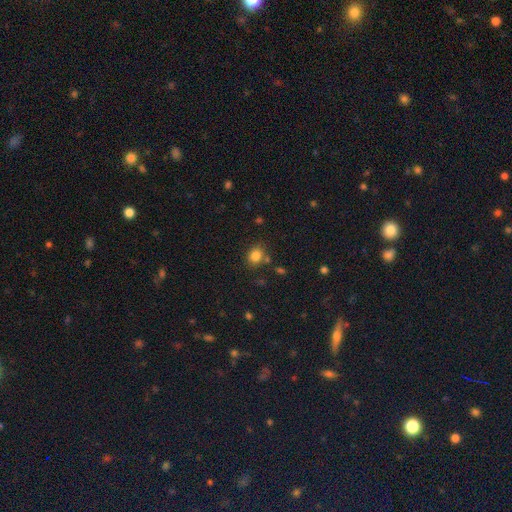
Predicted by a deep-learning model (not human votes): smooth-or-featured: smooth: 82% | star or artifact: 12% | featured or disk: 6%
  how-rounded: round: 60% | in between: 39% | cigar-shaped: 1%
  merging: none: 74% | minor disturbance: 13% | merger: 9% | major disturbance: 4%